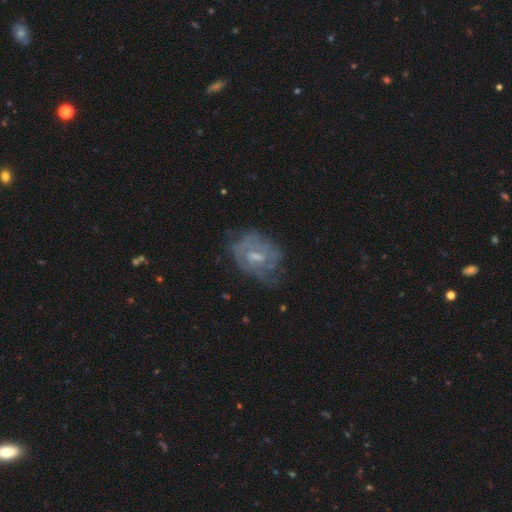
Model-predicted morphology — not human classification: Q: Smooth or featured?
A: featured or disk (71%); runner-up: smooth (20%)
Q: Edge-on disk?
A: no (96%); runner-up: yes (4%)
Q: Bar?
A: weak (54%); runner-up: no (34%)
Q: Spiral arms?
A: yes (71%); runner-up: no (29%)
Q: Bulge size?
A: small (43%); runner-up: moderate (39%)
Q: Merging?
A: none (54%); runner-up: minor disturbance (26%)